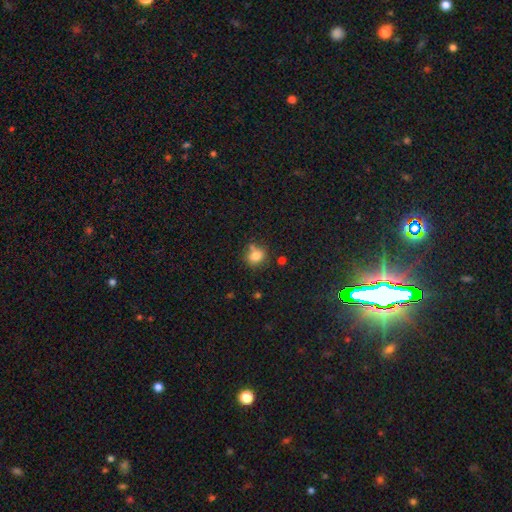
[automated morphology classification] smooth_or_featured: smooth (p=0.79) [alt: star or artifact p=0.12]
how_rounded: round (p=0.76) [alt: in between p=0.23]
merging: none (p=0.64) [alt: minor disturbance p=0.18]